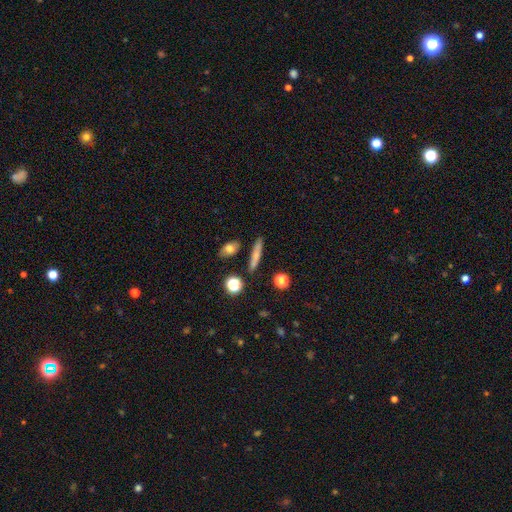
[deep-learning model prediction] Smooth or featured?
  - smooth: 67% *
  - featured or disk: 21%
  - star or artifact: 12%
How rounded?
  - cigar-shaped: 75% *
  - in between: 16%
  - round: 9%
Merging?
  - none: 82% *
  - minor disturbance: 10%
  - merger: 5%
  - major disturbance: 3%